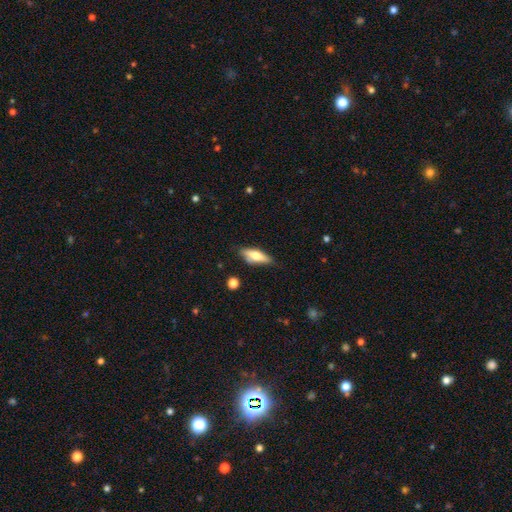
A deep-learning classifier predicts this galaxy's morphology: A smooth galaxy with no disk features (57%) that is in between round and cigar-shaped (61%). Merging: none (74%).